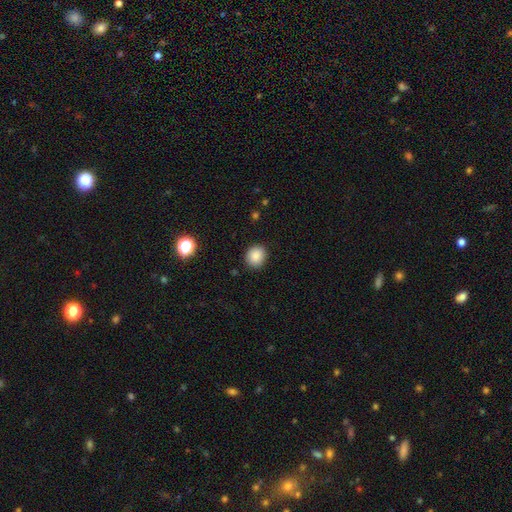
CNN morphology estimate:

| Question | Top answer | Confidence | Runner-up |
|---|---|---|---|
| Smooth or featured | smooth | 86% | star or artifact (10%) |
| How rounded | round | 77% | in between (22%) |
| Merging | none | 89% | minor disturbance (7%) |